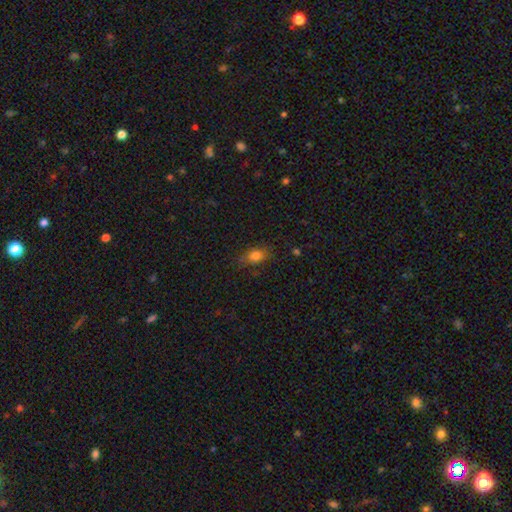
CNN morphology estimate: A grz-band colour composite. It shows a smooth galaxy with no disk features (79%) that is in between round and cigar-shaped (72%). Merging: none (76%).